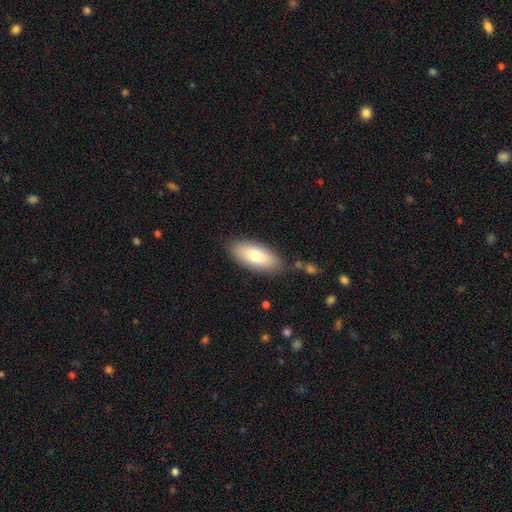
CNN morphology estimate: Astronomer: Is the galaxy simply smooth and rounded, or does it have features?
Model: smooth — 77%.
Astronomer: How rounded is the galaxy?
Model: in between — 85%.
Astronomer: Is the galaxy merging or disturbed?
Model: none — 83%.